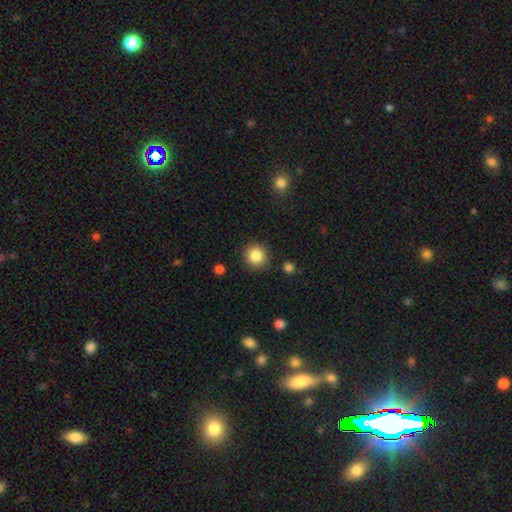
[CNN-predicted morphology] smooth-or-featured: smooth: 85% | star or artifact: 10% | featured or disk: 5%
  how-rounded: round: 92% | in between: 7% | cigar-shaped: 1%
  merging: none: 89% | minor disturbance: 7% | major disturbance: 2% | merger: 2%